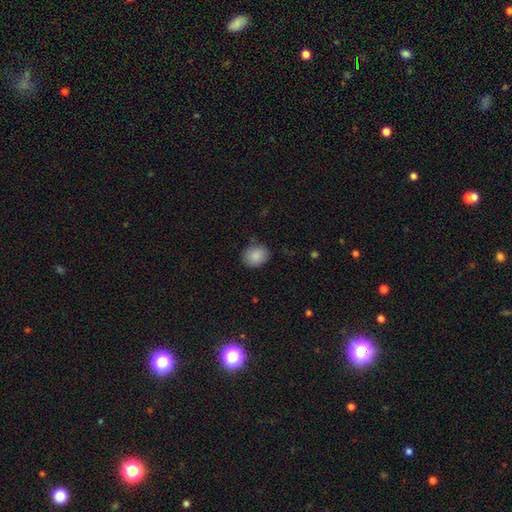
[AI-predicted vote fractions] Smooth or featured?
  - smooth: 88% *
  - star or artifact: 7%
  - featured or disk: 5%
How rounded?
  - round: 61% *
  - in between: 39%
  - cigar-shaped: 1%
Merging?
  - none: 82% *
  - minor disturbance: 14%
  - major disturbance: 3%
  - merger: 1%